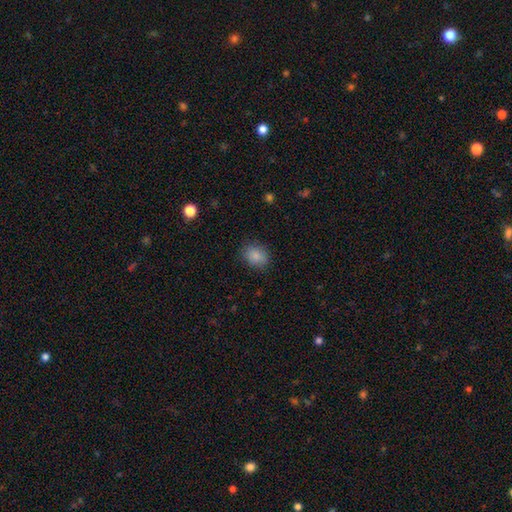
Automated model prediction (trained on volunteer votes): smooth-or-featured: smooth: 87% | star or artifact: 8% | featured or disk: 5%
  how-rounded: in between: 53% | round: 46% | cigar-shaped: 1%
  merging: none: 85% | minor disturbance: 11% | major disturbance: 3% | merger: 1%